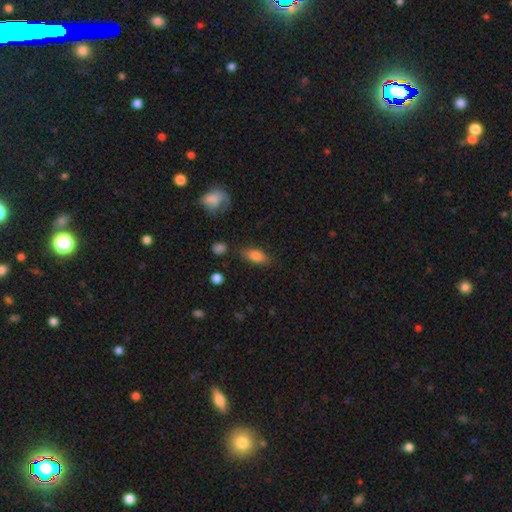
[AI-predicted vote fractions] A smooth galaxy with no disk features (82%) that is in between round and cigar-shaped (85%).

Vote fractions:
- Smooth or featured? smooth: 82% / featured or disk: 9% / star or artifact: 8%
- How rounded? in between: 85% / cigar-shaped: 10% / round: 5%
- Merging? none: 77% / minor disturbance: 16% / major disturbance: 5% / merger: 3%